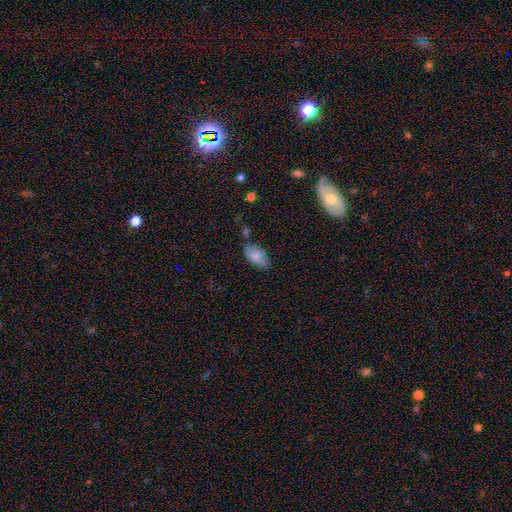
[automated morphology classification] Smooth or featured: smooth — 82% (featured or disk — 11%)
How rounded: in between — 94% (round — 4%)
Merging: none — 69% (minor disturbance — 21%)